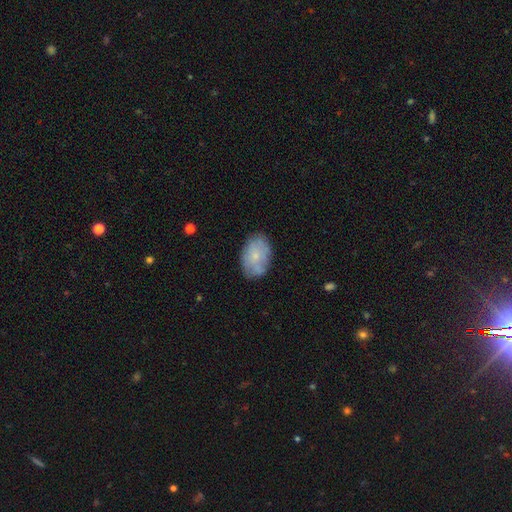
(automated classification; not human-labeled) smooth 62%, featured or disk 31%, star or artifact 7%. Down the decision tree: how rounded — in between (88%); merging — none (75%).